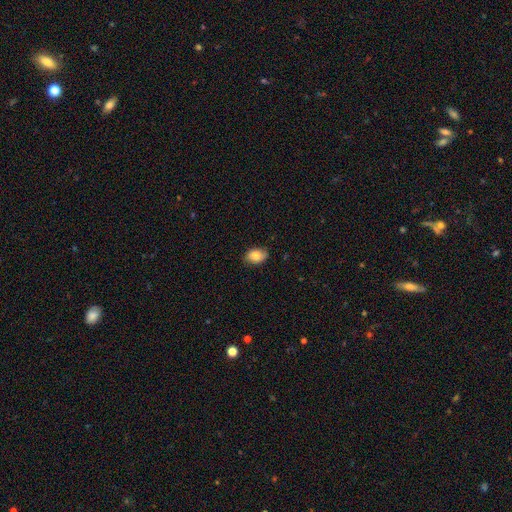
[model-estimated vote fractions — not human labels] smooth_or_featured: smooth (p=0.82) [alt: featured or disk p=0.10]
how_rounded: in between (p=0.79) [alt: round p=0.19]
merging: none (p=0.81) [alt: minor disturbance p=0.15]